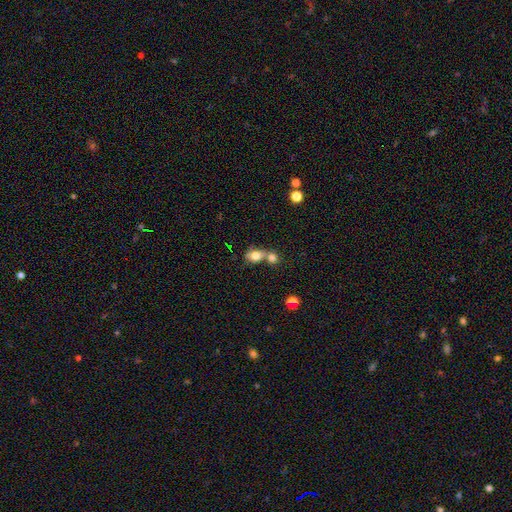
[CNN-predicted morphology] type=smooth (75%); roundness=in between (55%); merging=merger (62%).